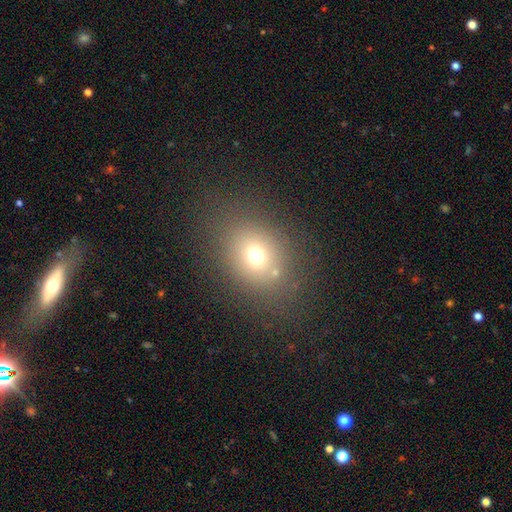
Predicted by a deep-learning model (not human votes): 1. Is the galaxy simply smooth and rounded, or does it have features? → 68% smooth, 19% star or artifact, 12% featured or disk.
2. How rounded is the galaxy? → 53% round, 46% in between, 1% cigar-shaped.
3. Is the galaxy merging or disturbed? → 77% none, 11% minor disturbance, 7% major disturbance, 4% merger.